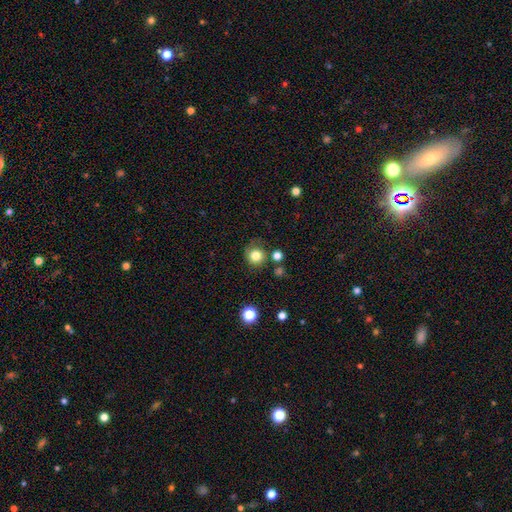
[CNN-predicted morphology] Smooth or featured? smooth (80%)
How rounded? round (90%)
Merging? none (70%)